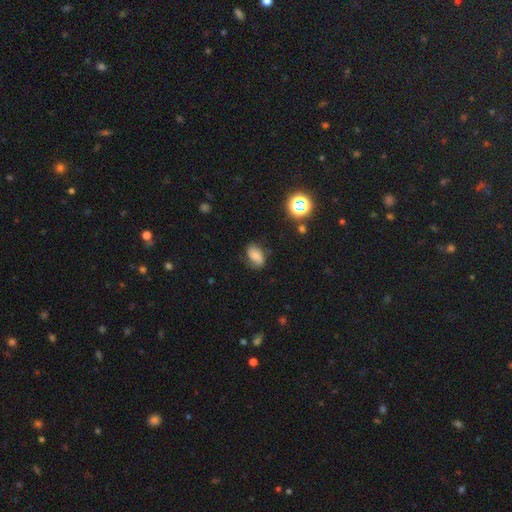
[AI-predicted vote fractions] Smooth or featured? Predicted: smooth (p=0.60). How rounded? Predicted: in between (p=0.85). Merging? Predicted: none (p=0.66).